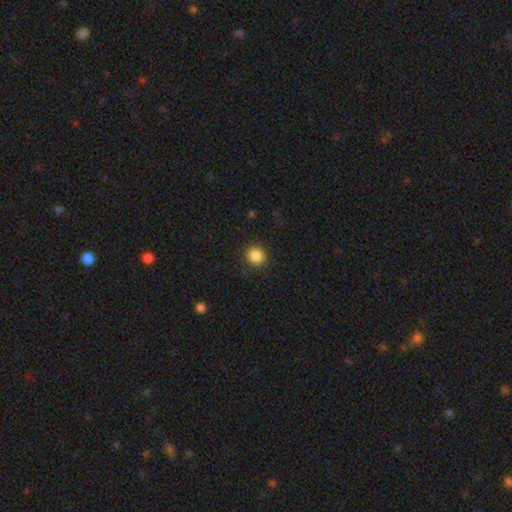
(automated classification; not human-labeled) smooth-or-featured: smooth: 87% | star or artifact: 10% | featured or disk: 3%
  how-rounded: round: 91% | in between: 8% | cigar-shaped: 1%
  merging: none: 90% | minor disturbance: 7% | major disturbance: 2% | merger: 1%